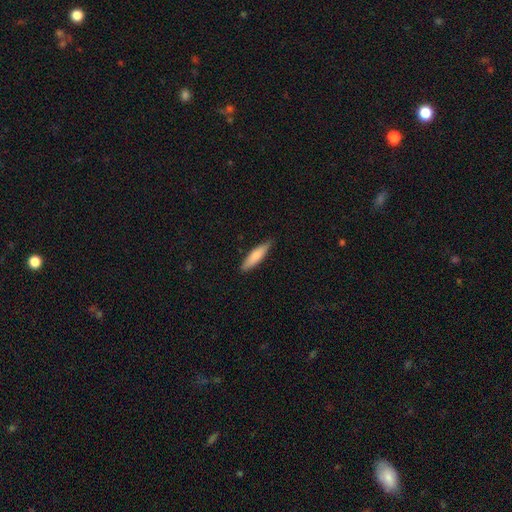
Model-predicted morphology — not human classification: Smooth or featured?
  - smooth: 75% *
  - featured or disk: 19%
  - star or artifact: 5%
How rounded?
  - cigar-shaped: 76% *
  - in between: 23%
  - round: 1%
Merging?
  - none: 85% *
  - minor disturbance: 12%
  - major disturbance: 2%
  - merger: 1%